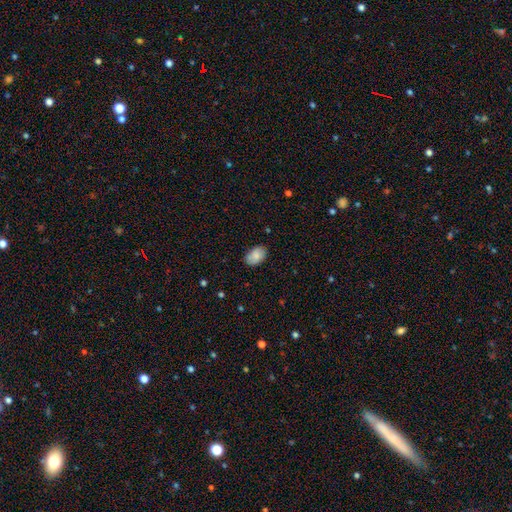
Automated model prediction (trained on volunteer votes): smooth 81%, featured or disk 12%, star or artifact 7%. Down the decision tree: how rounded — in between (91%); merging — none (81%).